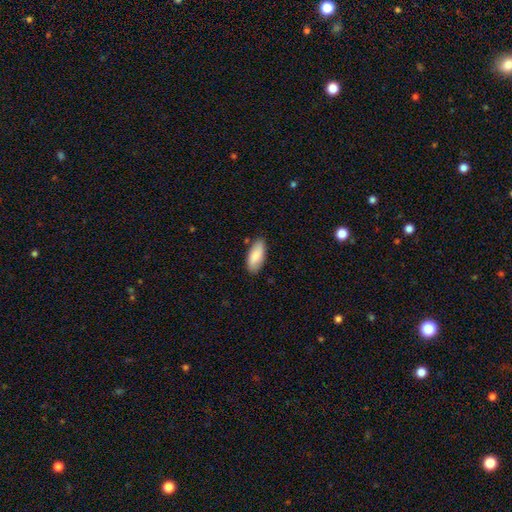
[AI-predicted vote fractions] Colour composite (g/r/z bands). It shows a smooth galaxy with no disk features (83%) that is in between round and cigar-shaped (84%). Merging: none (82%).